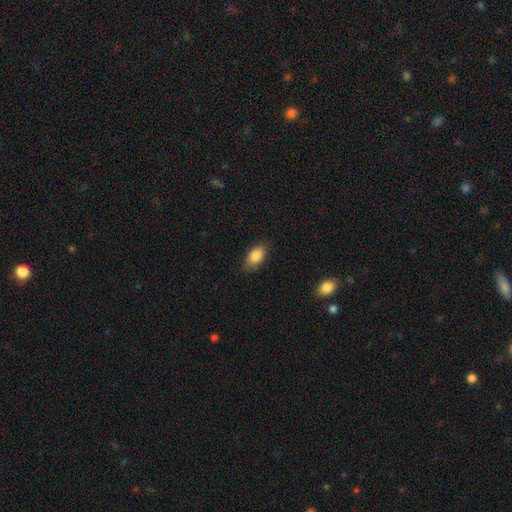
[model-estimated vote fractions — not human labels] The model was most divided on "merging": none: 84%, minor disturbance: 13%, major disturbance: 3%, merger: 1%. More confident: how rounded — in between (90%); smooth or featured — smooth (86%).